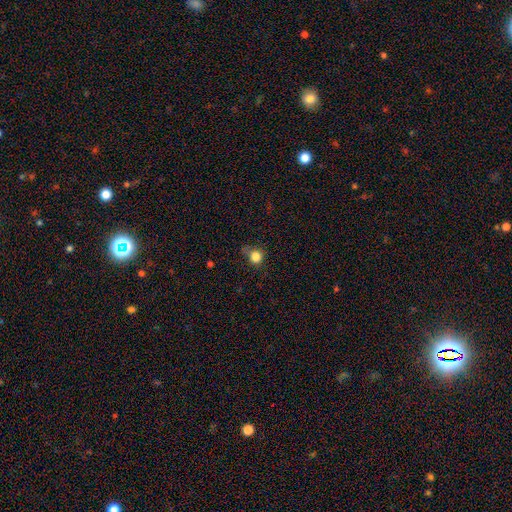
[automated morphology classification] This appears to be a smooth galaxy with no disk features (82%) that is round (84%). Merging: none (63%).